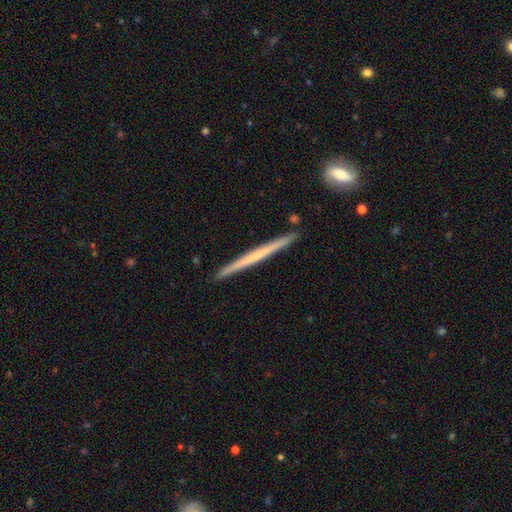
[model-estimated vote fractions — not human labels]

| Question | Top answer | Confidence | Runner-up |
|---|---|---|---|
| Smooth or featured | featured or disk | 54% | smooth (40%) |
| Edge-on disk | yes | 98% | no (2%) |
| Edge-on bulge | none | 86% | rounded (10%) |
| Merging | none | 91% | minor disturbance (6%) |